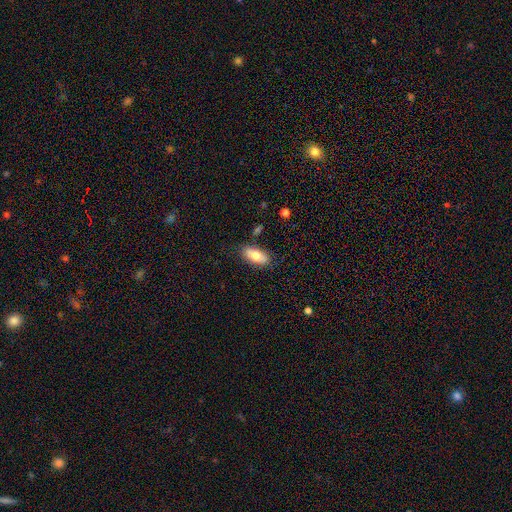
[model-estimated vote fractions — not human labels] A smooth galaxy with no disk features (75%) that is in between round and cigar-shaped (90%).

Vote fractions:
- Smooth or featured? smooth: 75% / featured or disk: 19% / star or artifact: 7%
- How rounded? in between: 90% / cigar-shaped: 7% / round: 3%
- Merging? none: 80% / minor disturbance: 14% / merger: 3% / major disturbance: 3%